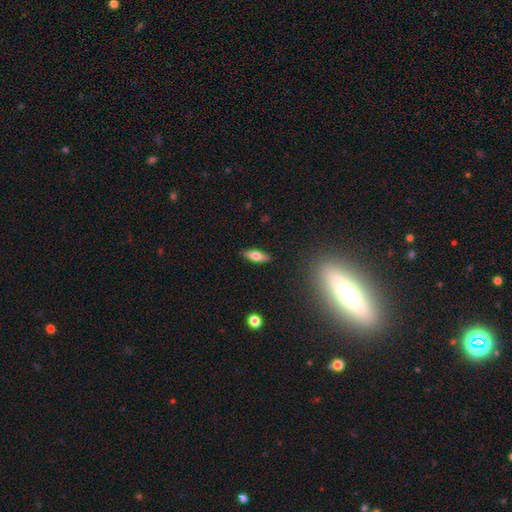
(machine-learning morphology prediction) Overall: smooth (66%; featured or disk 27%). How rounded: in between (58%; cigar-shaped 39%). Merging: none (88%).